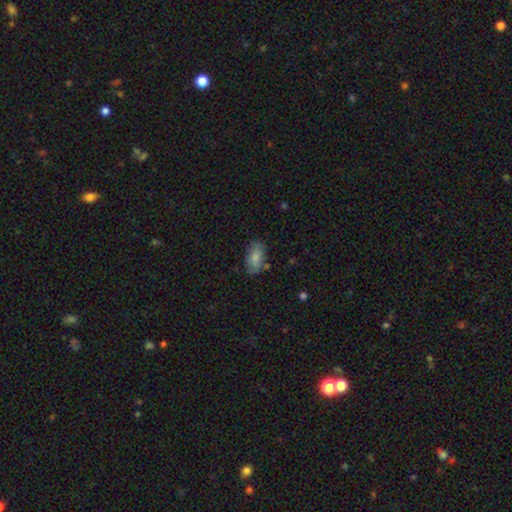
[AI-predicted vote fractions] Q: Smooth or featured?
A: smooth (76%); runner-up: featured or disk (14%)
Q: How rounded?
A: in between (90%); runner-up: cigar-shaped (6%)
Q: Merging?
A: none (77%); runner-up: minor disturbance (16%)